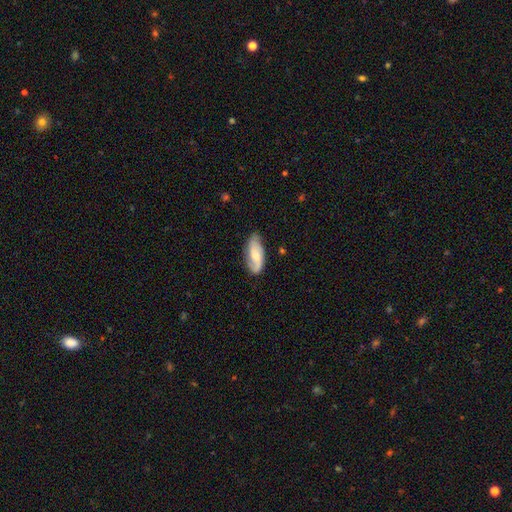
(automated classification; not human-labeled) Smooth or featured?
  - featured or disk: 57% *
  - smooth: 37%
  - star or artifact: 6%
Edge-on disk?
  - no: 92% *
  - yes: 8%
Bar?
  - no: 50% *
  - weak: 38%
  - strong: 12%
Spiral arms?
  - yes: 90% *
  - no: 10%
Bulge size?
  - moderate: 46% *
  - small: 40%
  - none: 7%
  - large: 6%
  - dominant: 1%
Merging?
  - none: 71% *
  - minor disturbance: 22%
  - major disturbance: 6%
  - merger: 2%